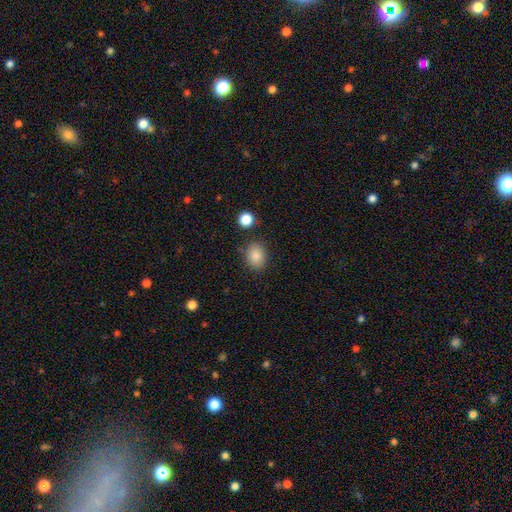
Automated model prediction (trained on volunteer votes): Smooth or featured? smooth (85%)
How rounded? in between (52%)
Merging? none (81%)